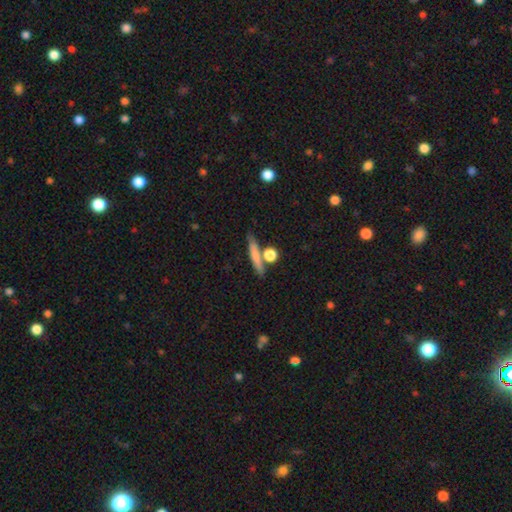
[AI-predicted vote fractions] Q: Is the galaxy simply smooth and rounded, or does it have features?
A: smooth — 70%.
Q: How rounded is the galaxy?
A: cigar-shaped — 70%.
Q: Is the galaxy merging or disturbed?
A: none — 72%.